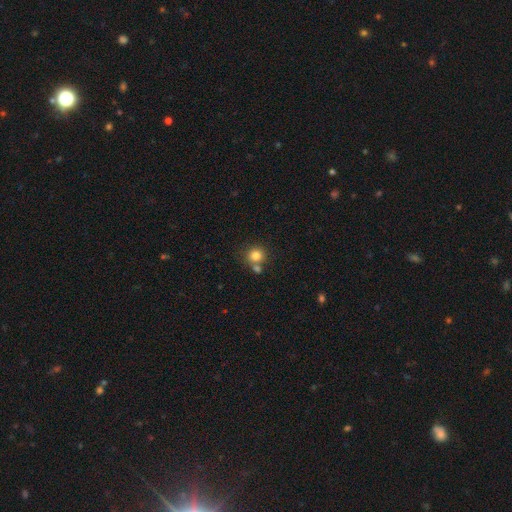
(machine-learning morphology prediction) Smooth or featured: smooth — 82% (star or artifact — 11%)
How rounded: round — 88% (in between — 11%)
Merging: none — 62% (merger — 26%)